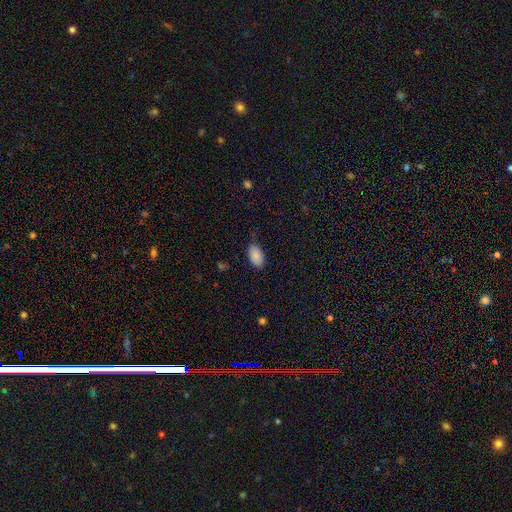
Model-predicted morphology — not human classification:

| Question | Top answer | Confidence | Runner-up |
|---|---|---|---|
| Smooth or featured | smooth | 88% | star or artifact (7%) |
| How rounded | in between | 94% | round (4%) |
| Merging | none | 76% | minor disturbance (20%) |